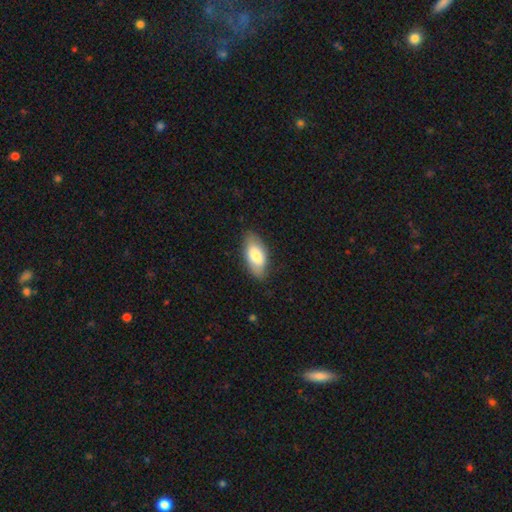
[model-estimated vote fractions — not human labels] The model was most divided on "smooth or featured": smooth: 75%, featured or disk: 19%, star or artifact: 6%. More confident: how rounded — in between (92%); merging — none (77%).